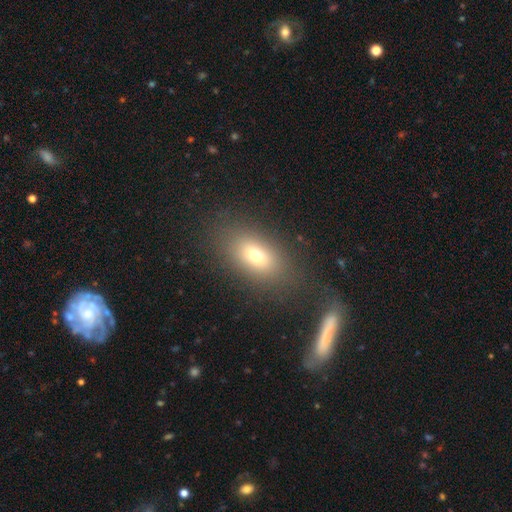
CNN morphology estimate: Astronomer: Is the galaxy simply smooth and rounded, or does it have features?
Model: smooth — 70%.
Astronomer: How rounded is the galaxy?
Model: in between — 78%.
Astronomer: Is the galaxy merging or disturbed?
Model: none — 79%.